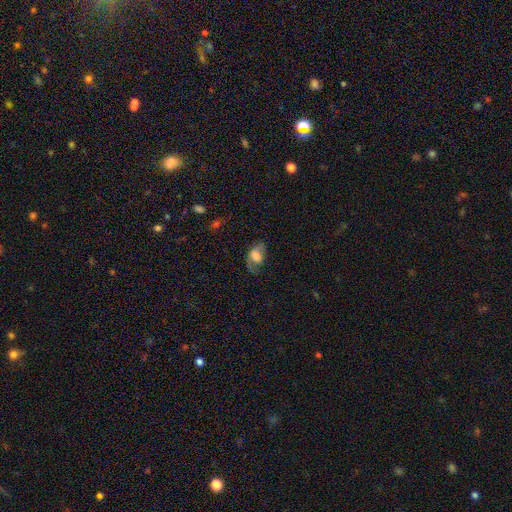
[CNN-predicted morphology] This is possibly a smooth galaxy (52%). How rounded: clearly in between (86%). Merging: possibly none (47%).